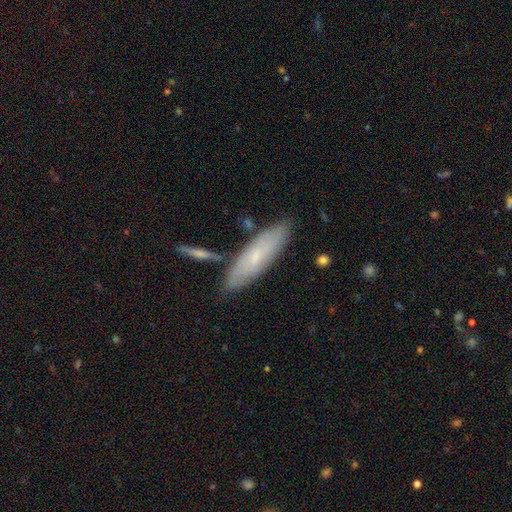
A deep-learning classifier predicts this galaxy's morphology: Q: Smooth or featured?
A: smooth (60%); runner-up: featured or disk (34%)
Q: How rounded?
A: cigar-shaped (57%); runner-up: in between (41%)
Q: Merging?
A: none (78%); runner-up: minor disturbance (14%)